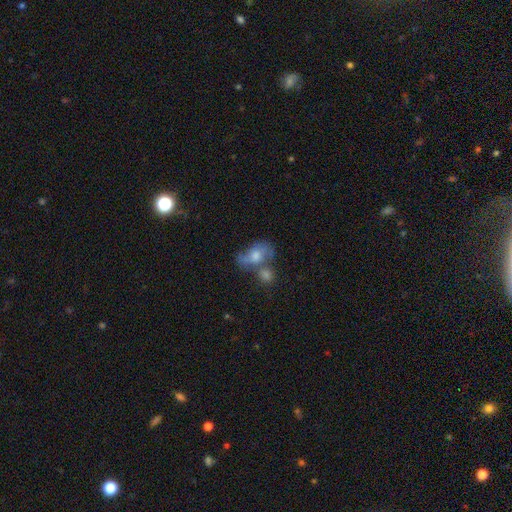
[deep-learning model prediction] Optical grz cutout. It shows a featured or disk galaxy (43%, tied with smooth). Merging: none (36%).